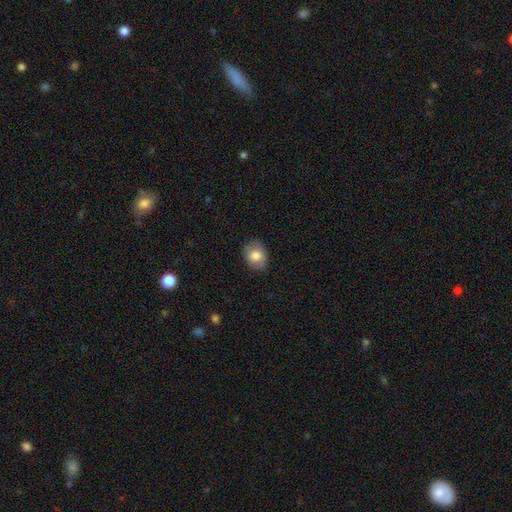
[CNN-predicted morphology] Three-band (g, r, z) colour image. It shows a smooth galaxy with no disk features (79%) that is in between round and cigar-shaped (55%). Merging: none (85%).